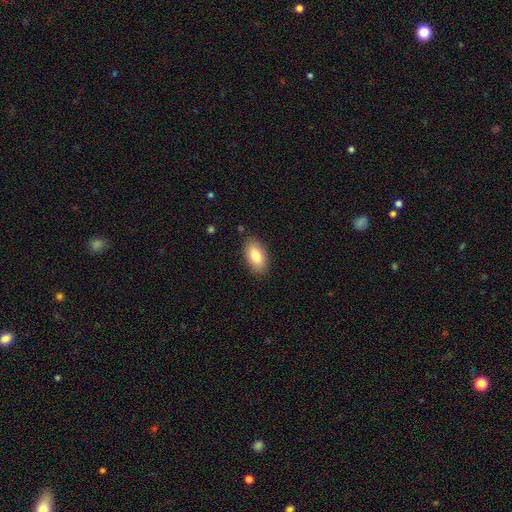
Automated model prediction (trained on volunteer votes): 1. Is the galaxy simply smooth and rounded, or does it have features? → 83% smooth, 11% featured or disk, 7% star or artifact.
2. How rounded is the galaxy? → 94% in between, 4% round, 2% cigar-shaped.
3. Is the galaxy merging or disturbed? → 87% none, 10% minor disturbance, 2% major disturbance, 1% merger.